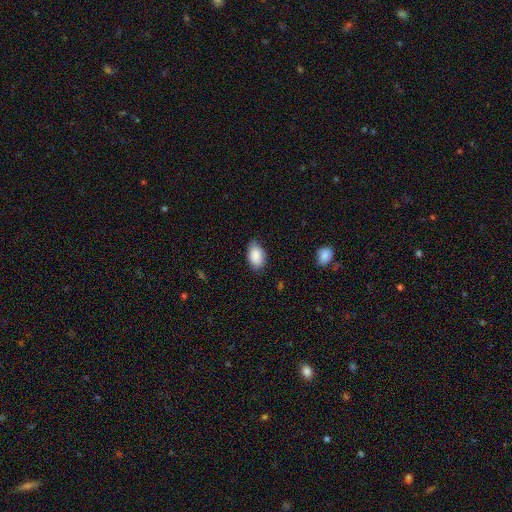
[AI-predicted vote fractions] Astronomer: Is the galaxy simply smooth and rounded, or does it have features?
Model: smooth — 89%.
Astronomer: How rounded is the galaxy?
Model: in between — 91%.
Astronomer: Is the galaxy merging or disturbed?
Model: none — 74%.